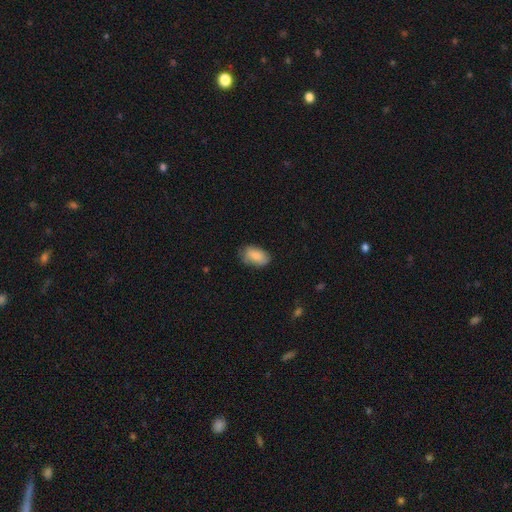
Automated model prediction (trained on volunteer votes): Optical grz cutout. It shows a smooth galaxy with no disk features (84%) that is in between round and cigar-shaped (93%). Merging: none (66%).